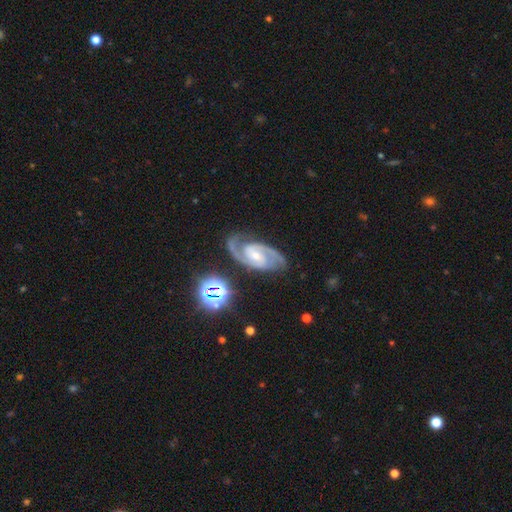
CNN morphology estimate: The model was most divided on "bar": weak: 43%, no: 36%, strong: 21%. More confident: spiral arms — yes (99%); edge-on disk — no (97%); spiral arm count — 2 (90%); smooth or featured — featured or disk (89%); merging — none (80%); bulge size — small (60%); spiral winding — medium (51%).